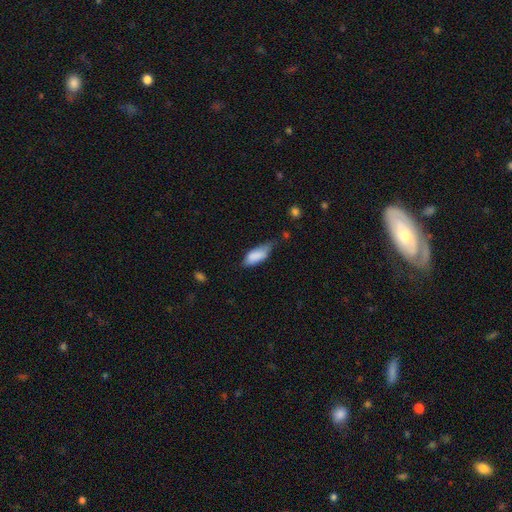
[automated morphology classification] Smooth or featured? Predicted: smooth (p=0.84). How rounded? Predicted: in between (p=0.82). Merging? Predicted: minor disturbance (p=0.46).